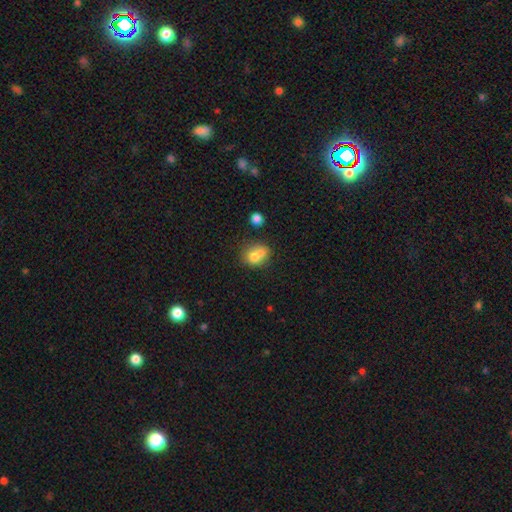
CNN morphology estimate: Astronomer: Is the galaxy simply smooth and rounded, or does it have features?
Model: smooth — 73%.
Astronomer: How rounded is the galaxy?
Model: round — 60% (runner-up: in between, 39%).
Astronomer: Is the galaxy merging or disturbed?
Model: merger — 49% (runner-up: none, 34%).